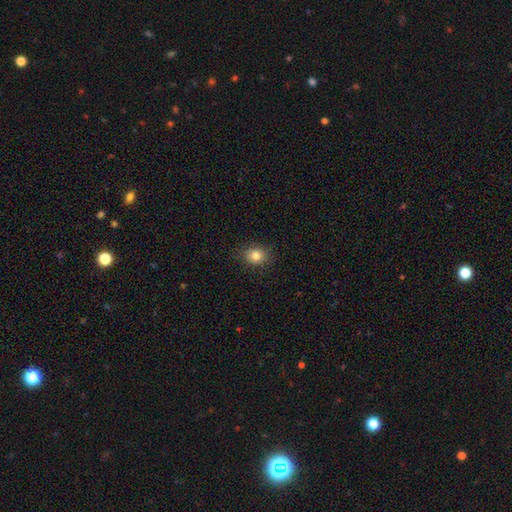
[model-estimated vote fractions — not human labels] Overall: smooth (81%). How rounded: round (63%; in between 36%). Merging: none (87%).